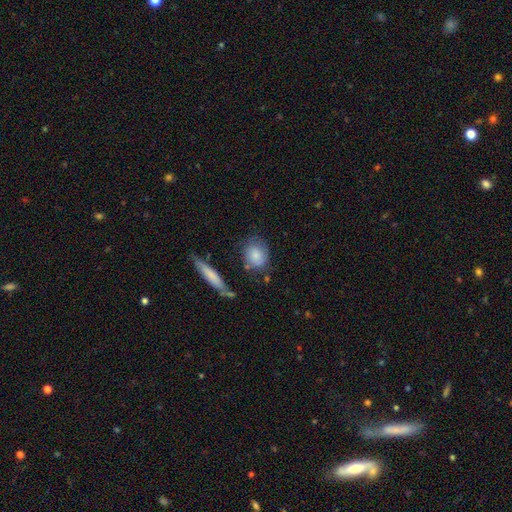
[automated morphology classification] Smooth or featured? smooth (79%)
How rounded? round (54%)
Merging? none (64%)